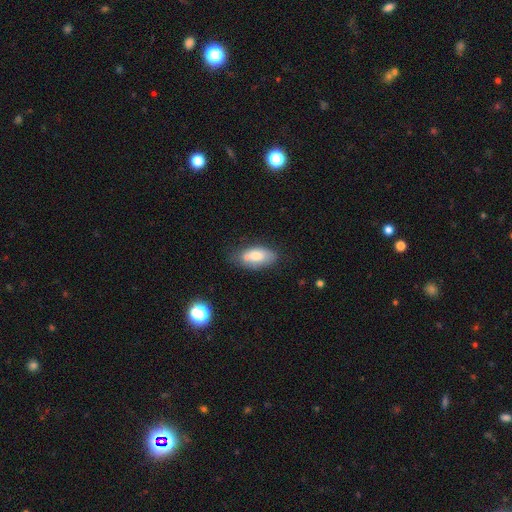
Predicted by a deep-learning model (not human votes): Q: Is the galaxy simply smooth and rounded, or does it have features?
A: smooth — 72%.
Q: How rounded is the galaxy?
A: in between — 91%.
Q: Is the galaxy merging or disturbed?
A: none — 55%.